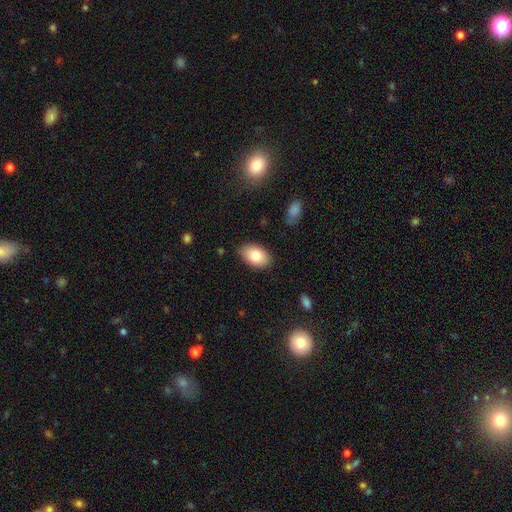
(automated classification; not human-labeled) A smooth galaxy with no disk features (81%) that is in between round and cigar-shaped (92%).

Vote fractions:
- Smooth or featured? smooth: 81% / featured or disk: 12% / star or artifact: 7%
- How rounded? in between: 92% / round: 6% / cigar-shaped: 1%
- Merging? none: 84% / minor disturbance: 13% / major disturbance: 2% / merger: 1%